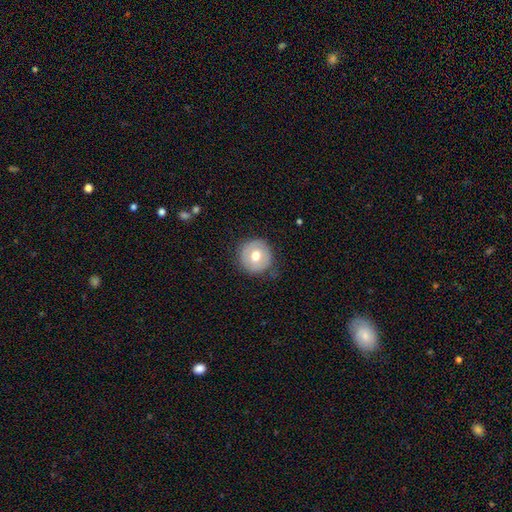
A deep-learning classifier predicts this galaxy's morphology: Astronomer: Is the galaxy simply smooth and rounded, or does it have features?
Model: smooth — 64%.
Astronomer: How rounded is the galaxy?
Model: round — 94%.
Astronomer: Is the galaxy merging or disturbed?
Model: none — 82%.